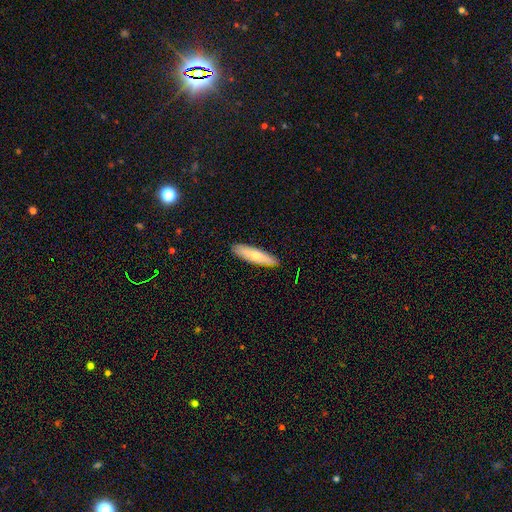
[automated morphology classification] Smooth or featured?
  - smooth: 65% *
  - featured or disk: 30%
  - star or artifact: 6%
How rounded?
  - cigar-shaped: 76% *
  - in between: 22%
  - round: 2%
Merging?
  - none: 90% *
  - minor disturbance: 8%
  - major disturbance: 2%
  - merger: 1%